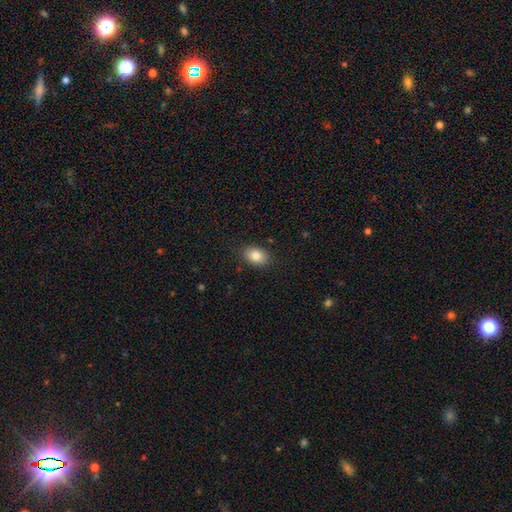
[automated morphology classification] smooth-or-featured: smooth: 83% | featured or disk: 9% | star or artifact: 9%
  how-rounded: in between: 79% | round: 20% | cigar-shaped: 1%
  merging: none: 87% | minor disturbance: 9% | major disturbance: 2% | merger: 1%